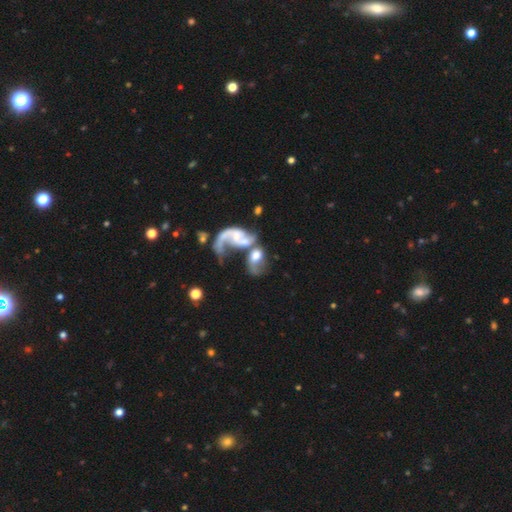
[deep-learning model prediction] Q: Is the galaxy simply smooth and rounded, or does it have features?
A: featured or disk — 64%.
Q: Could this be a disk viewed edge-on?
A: no — 96%.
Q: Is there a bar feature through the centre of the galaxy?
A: no — 61%.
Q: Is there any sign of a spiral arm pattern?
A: yes — 70%.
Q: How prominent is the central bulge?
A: moderate — 33%.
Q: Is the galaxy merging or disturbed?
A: merger — 70%.